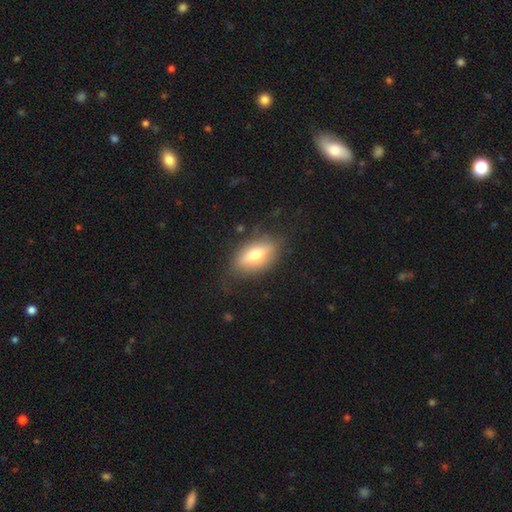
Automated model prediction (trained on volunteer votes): smooth_or_featured: smooth (p=0.61) [alt: featured or disk p=0.31]
how_rounded: in between (p=0.84) [alt: cigar-shaped p=0.09]
merging: none (p=0.72) [alt: minor disturbance p=0.19]